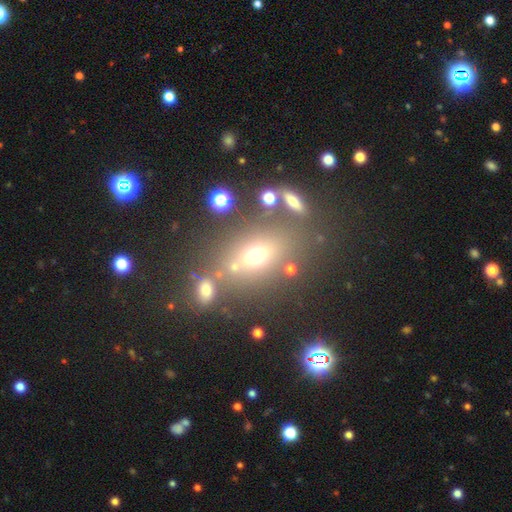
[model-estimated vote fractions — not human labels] smooth_or_featured: smooth (p=0.56) [alt: star or artifact p=0.23]
how_rounded: in between (p=0.65) [alt: round p=0.29]
merging: none (p=0.63) [alt: merger p=0.17]